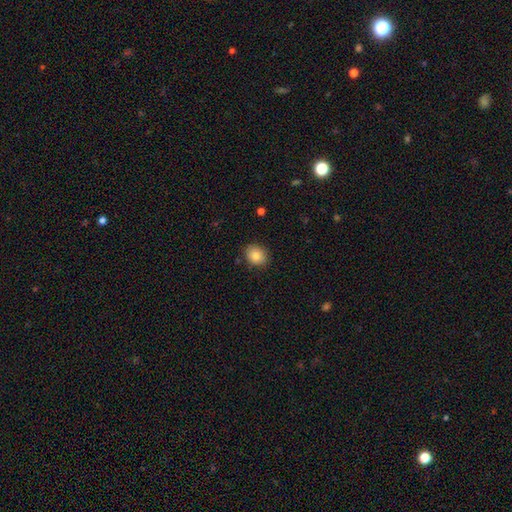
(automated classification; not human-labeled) This is clearly a smooth galaxy (83%). How rounded: possibly round (58%). Merging: clearly none (87%).